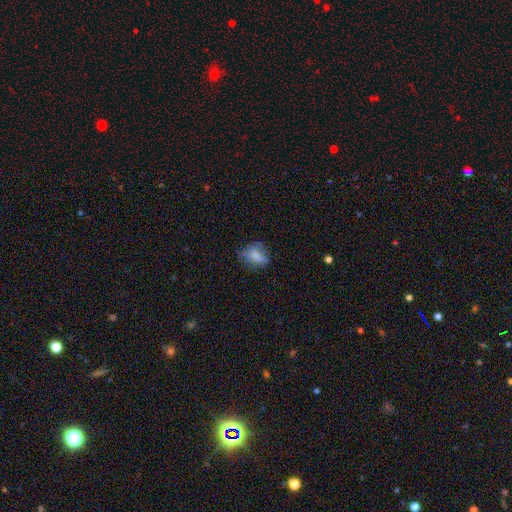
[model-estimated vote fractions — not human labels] Smooth or featured: smooth — 73% (featured or disk — 17%)
How rounded: in between — 72% (round — 25%)
Merging: none — 55% (minor disturbance — 29%)